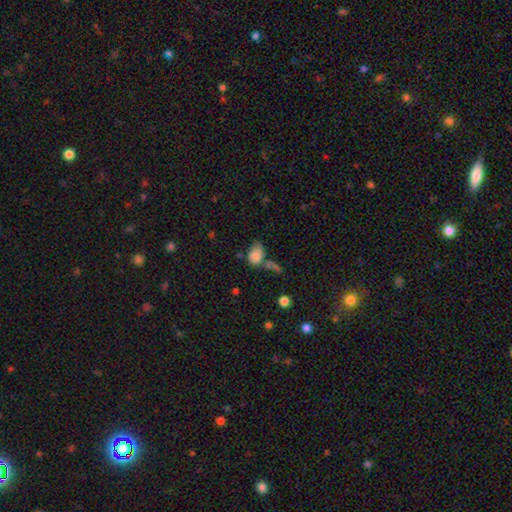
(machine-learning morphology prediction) Smooth or featured?
  - smooth: 80% *
  - star or artifact: 11%
  - featured or disk: 9%
How rounded?
  - in between: 81% *
  - round: 17%
  - cigar-shaped: 2%
Merging?
  - none: 31% *
  - minor disturbance: 27%
  - merger: 25%
  - major disturbance: 17%